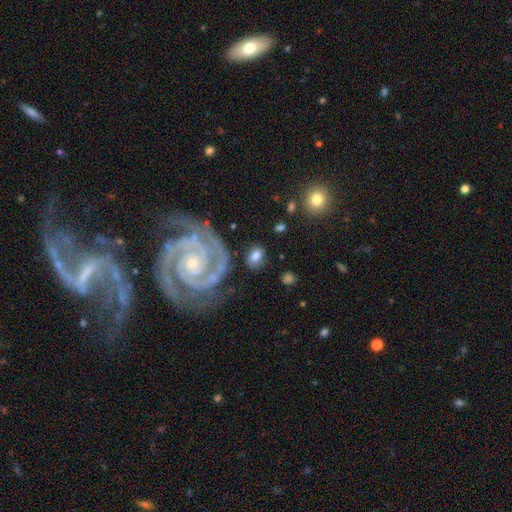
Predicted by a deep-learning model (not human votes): Smooth or featured? Predicted: smooth (p=0.61). How rounded? Predicted: in between (p=0.76). Merging? Predicted: none (p=0.74).